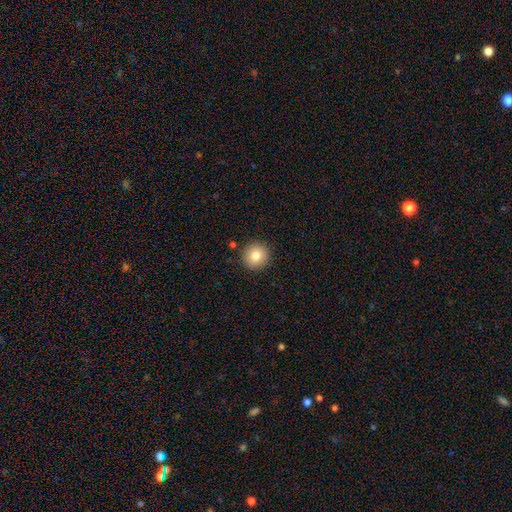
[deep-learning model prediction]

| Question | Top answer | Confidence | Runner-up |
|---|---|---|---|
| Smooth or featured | smooth | 81% | star or artifact (10%) |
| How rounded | round | 94% | in between (5%) |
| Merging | none | 90% | minor disturbance (6%) |